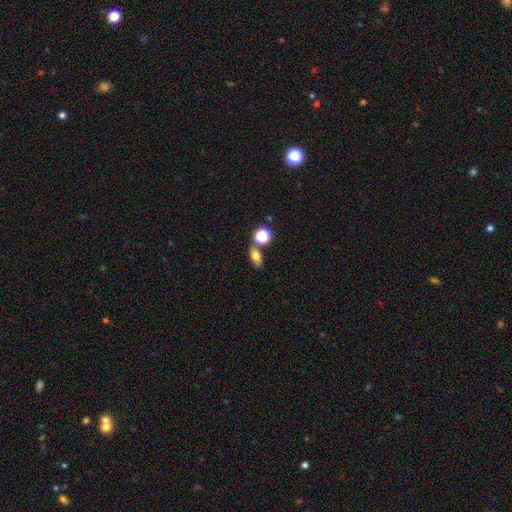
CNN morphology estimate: Smooth or featured: smooth — 70% (featured or disk — 15%)
How rounded: in between — 72% (round — 20%)
Merging: none — 67% (merger — 17%)